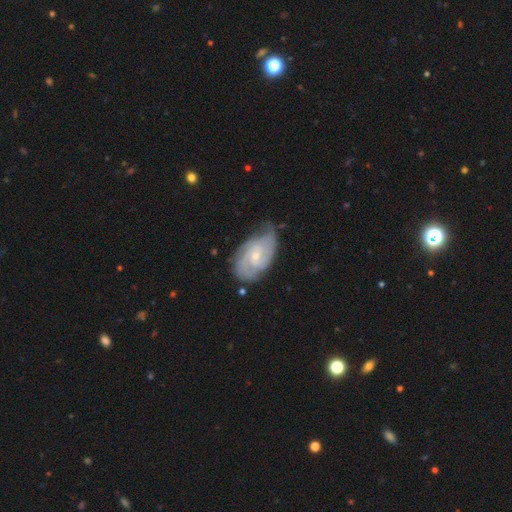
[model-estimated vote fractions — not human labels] Q: Smooth or featured?
A: featured or disk (81%); runner-up: smooth (14%)
Q: Edge-on disk?
A: no (97%); runner-up: yes (3%)
Q: Bar?
A: no (57%); runner-up: weak (38%)
Q: Spiral arms?
A: yes (95%); runner-up: no (5%)
Q: Spiral winding?
A: tight (53%); runner-up: medium (38%)
Q: Spiral arm count?
A: 2 (39%); runner-up: can't tell (25%)
Q: Bulge size?
A: small (66%); runner-up: moderate (30%)
Q: Merging?
A: none (57%); runner-up: minor disturbance (32%)